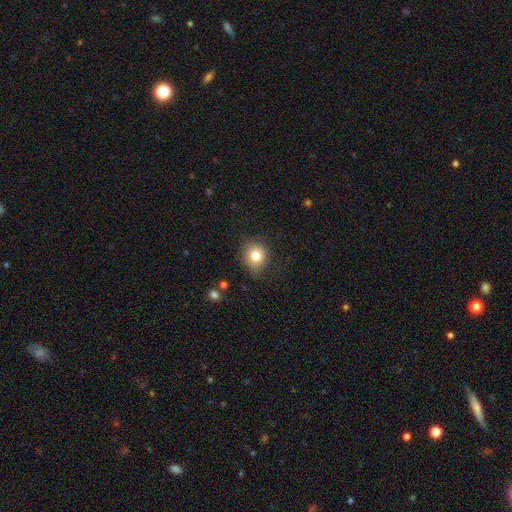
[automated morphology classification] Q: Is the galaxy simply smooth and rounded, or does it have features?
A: smooth — 77%.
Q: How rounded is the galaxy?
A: round — 78%.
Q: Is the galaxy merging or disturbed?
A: none — 72%.